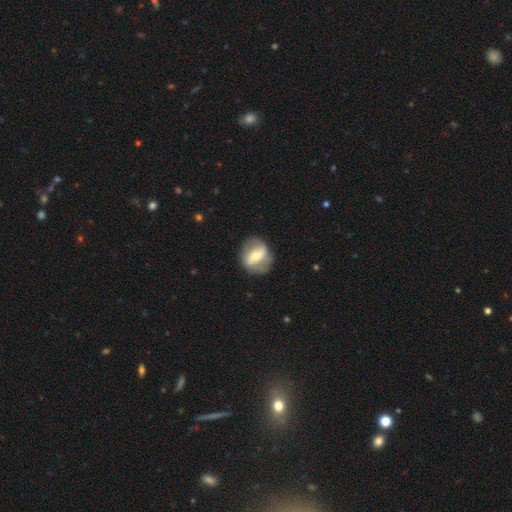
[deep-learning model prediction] This appears to be a featured or disk galaxy (64%) with a strong bar (47%), spiral arms (63%) and a moderate central bulge (59%). Merging: none (78%).